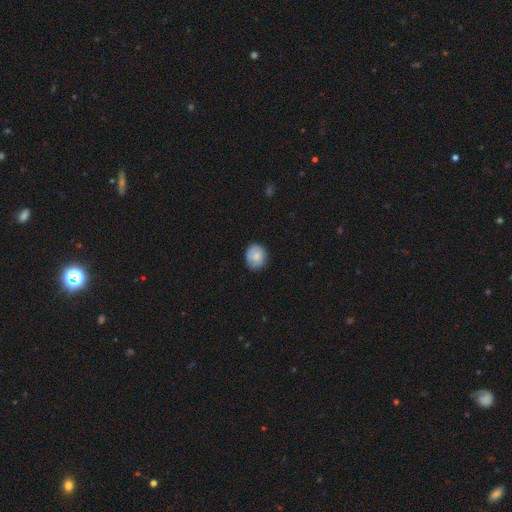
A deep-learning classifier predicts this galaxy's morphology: Smooth or featured?
  - smooth: 77% *
  - featured or disk: 16%
  - star or artifact: 7%
How rounded?
  - round: 71% *
  - in between: 28%
  - cigar-shaped: 1%
Merging?
  - none: 78% *
  - minor disturbance: 18%
  - major disturbance: 3%
  - merger: 1%